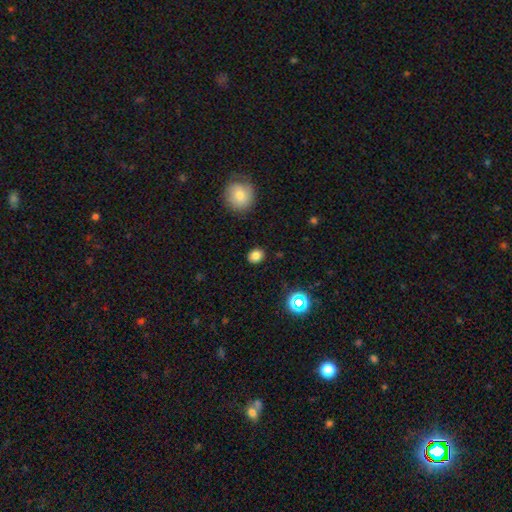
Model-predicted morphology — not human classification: Smooth or featured? Predicted: smooth (p=0.82). How rounded? Predicted: round (p=0.61). Merging? Predicted: none (p=0.88).